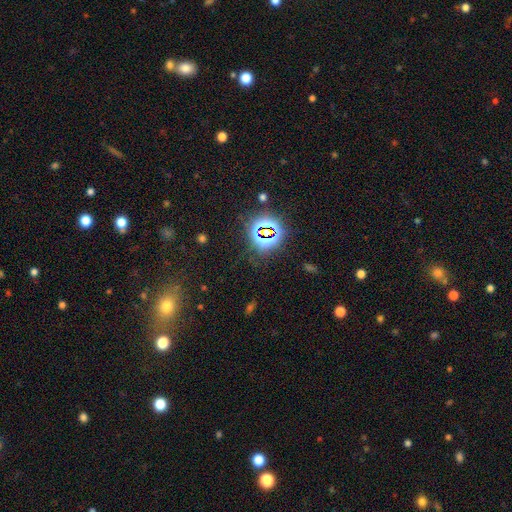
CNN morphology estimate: The model was most divided on "smooth or featured": star or artifact: 73%, smooth: 19%, featured or disk: 8%.